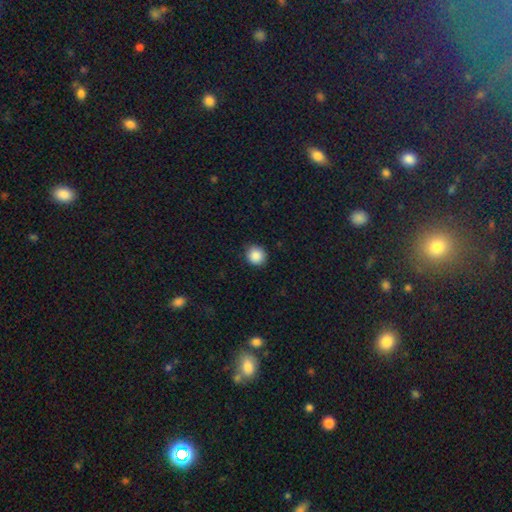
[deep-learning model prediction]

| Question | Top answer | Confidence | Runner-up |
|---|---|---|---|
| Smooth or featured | smooth | 88% | star or artifact (9%) |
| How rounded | round | 90% | in between (9%) |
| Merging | none | 88% | minor disturbance (9%) |